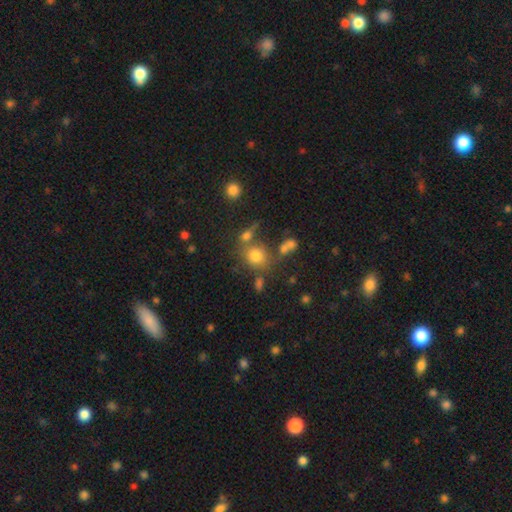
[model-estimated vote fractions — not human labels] Smooth or featured?
  - smooth: 75% *
  - star or artifact: 14%
  - featured or disk: 11%
How rounded?
  - round: 74% *
  - in between: 24%
  - cigar-shaped: 1%
Merging?
  - none: 60% *
  - merger: 21%
  - minor disturbance: 13%
  - major disturbance: 6%